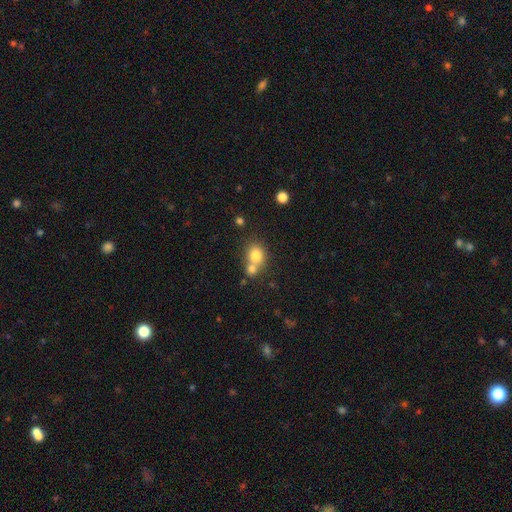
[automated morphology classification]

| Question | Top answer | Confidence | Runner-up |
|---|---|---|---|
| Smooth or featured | smooth | 78% | star or artifact (11%) |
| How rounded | round | 68% | in between (31%) |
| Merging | merger | 50% | none (38%) |